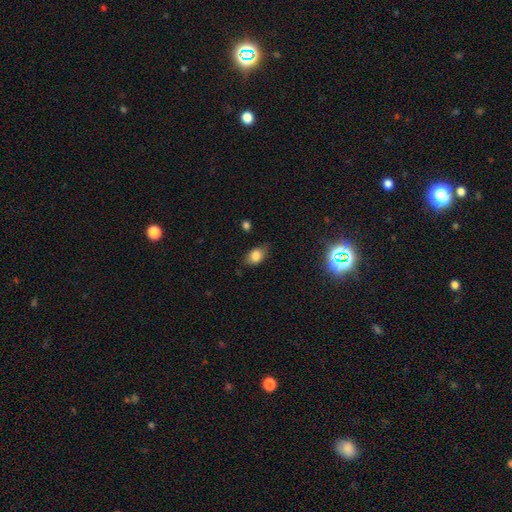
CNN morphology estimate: This is clearly a smooth galaxy (80%). How rounded: likely in between (80%). Merging: likely none (73%).